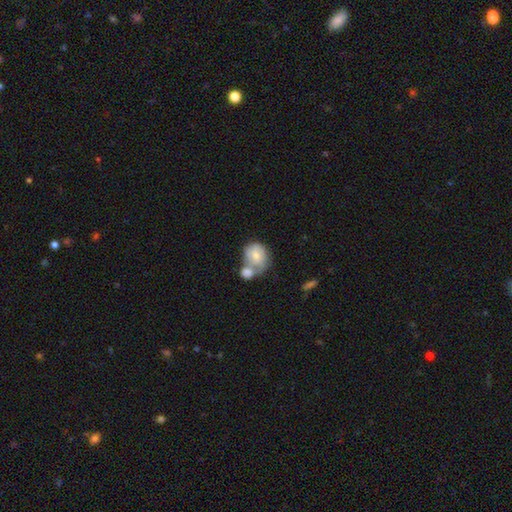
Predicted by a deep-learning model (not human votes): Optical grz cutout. It shows a smooth galaxy with no disk features (65%) that is round (58%). Merging: merger (59%).